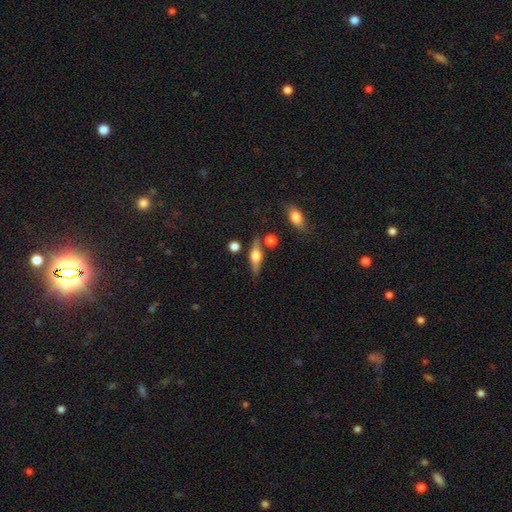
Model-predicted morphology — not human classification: Smooth or featured?
  - featured or disk: 61% *
  - smooth: 32%
  - star or artifact: 7%
Edge-on disk?
  - yes: 94% *
  - no: 6%
Edge-on bulge?
  - rounded: 94% *
  - boxy: 5%
  - none: 2%
Merging?
  - none: 80% *
  - minor disturbance: 11%
  - merger: 6%
  - major disturbance: 3%